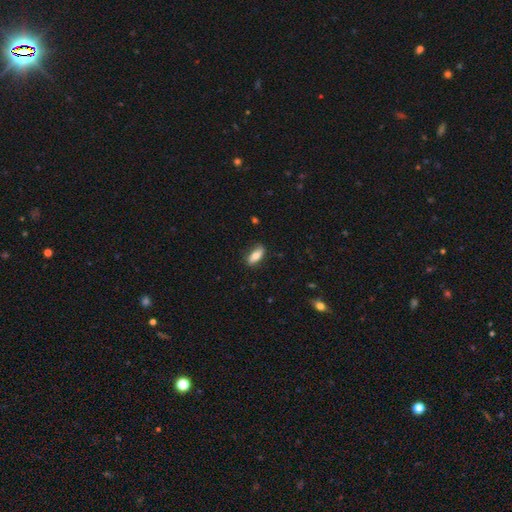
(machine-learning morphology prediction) smooth 71%, featured or disk 23%, star or artifact 6%. Down the decision tree: how rounded — in between (78%); merging — none (81%).